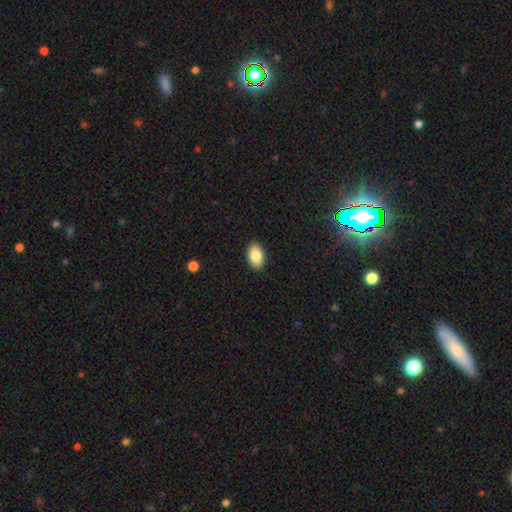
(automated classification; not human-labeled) A smooth galaxy with no disk features (85%) that is in between round and cigar-shaped (92%).

Vote fractions:
- Smooth or featured? smooth: 85% / featured or disk: 8% / star or artifact: 7%
- How rounded? in between: 92% / round: 7% / cigar-shaped: 1%
- Merging? none: 90% / minor disturbance: 7% / major disturbance: 2% / merger: 1%